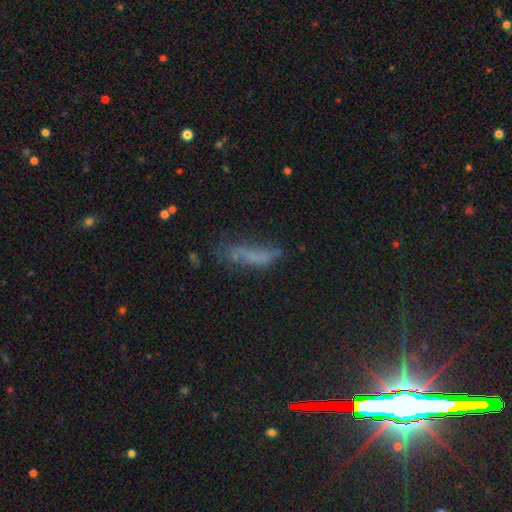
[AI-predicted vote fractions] This appears to be a smooth galaxy with no disk features (50%). Merging: none (40%).